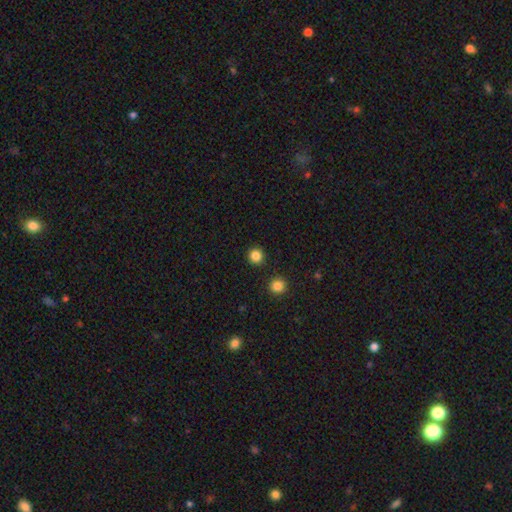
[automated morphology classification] smooth_or_featured: smooth (p=0.84) [alt: star or artifact p=0.12]
how_rounded: round (p=0.95) [alt: in between p=0.05]
merging: none (p=0.92) [alt: minor disturbance p=0.04]